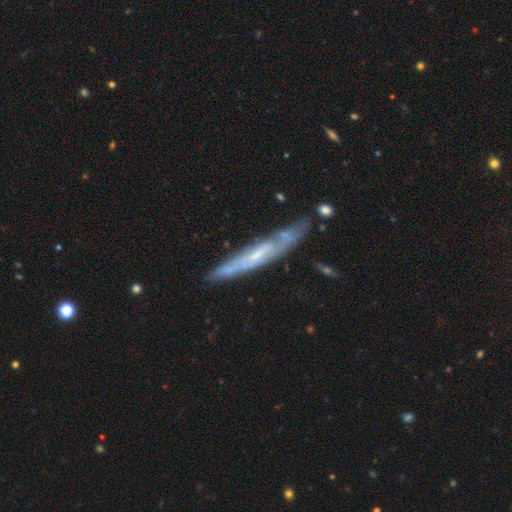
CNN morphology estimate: Smooth or featured: featured or disk — 72% (smooth — 22%)
Edge-on disk: yes — 64% (no — 36%)
Merging: none — 70% (minor disturbance — 20%)